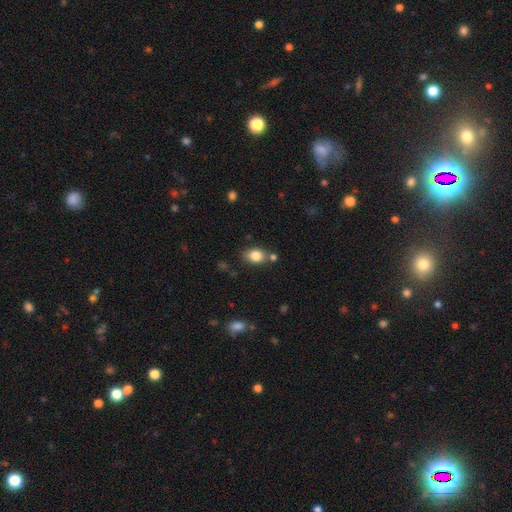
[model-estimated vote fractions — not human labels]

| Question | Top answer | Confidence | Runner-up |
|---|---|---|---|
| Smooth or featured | smooth | 83% | star or artifact (10%) |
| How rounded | in between | 63% | round (36%) |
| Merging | none | 72% | minor disturbance (14%) |